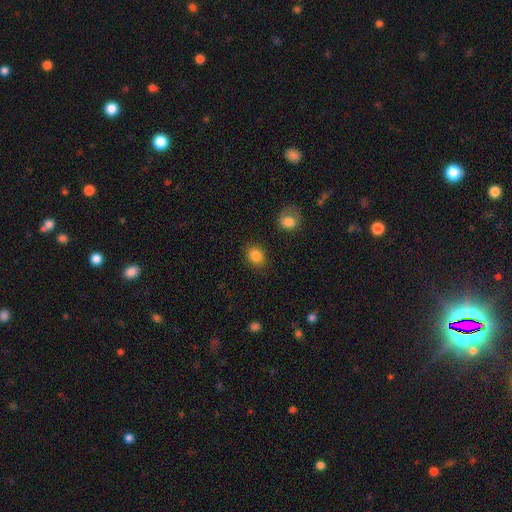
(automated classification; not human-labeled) Overall: smooth (86%). How rounded: in between (50%; round 49%). Merging: none (85%).